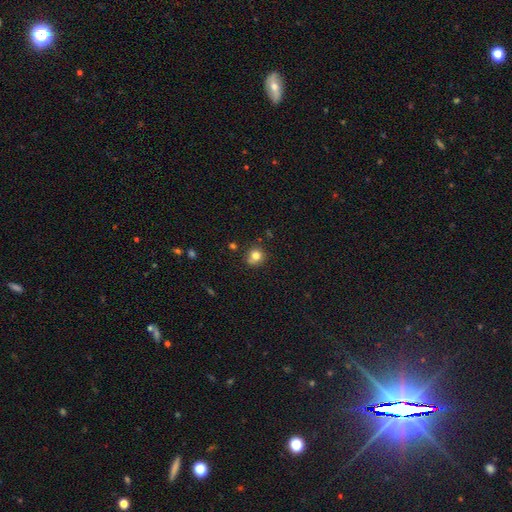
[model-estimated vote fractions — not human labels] smooth_or_featured: smooth (p=0.79) [alt: star or artifact p=0.12]
how_rounded: round (p=0.86) [alt: in between p=0.14]
merging: none (p=0.77) [alt: minor disturbance p=0.16]